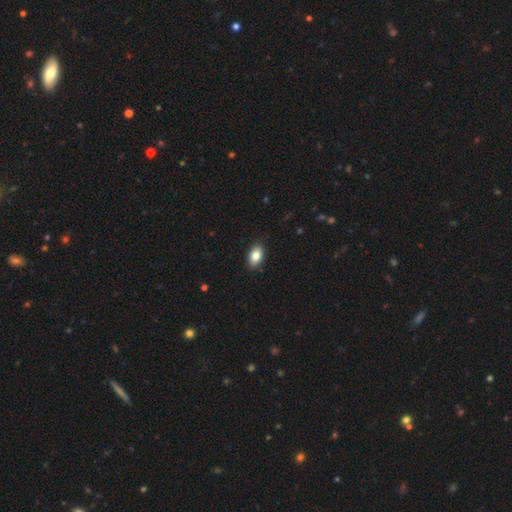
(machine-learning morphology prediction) Q: Smooth or featured?
A: smooth (83%); runner-up: featured or disk (9%)
Q: How rounded?
A: in between (91%); runner-up: round (7%)
Q: Merging?
A: none (89%); runner-up: minor disturbance (9%)